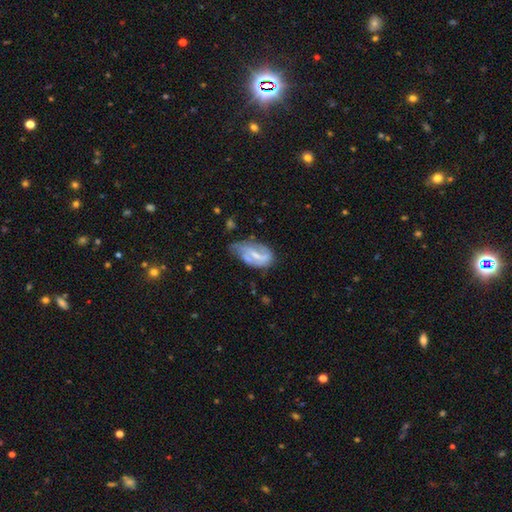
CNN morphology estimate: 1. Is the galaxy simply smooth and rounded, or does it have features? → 67% featured or disk, 26% smooth, 7% star or artifact.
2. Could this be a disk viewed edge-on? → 96% no, 4% yes.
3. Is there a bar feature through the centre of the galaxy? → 48% weak, 30% strong, 22% no.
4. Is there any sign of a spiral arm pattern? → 80% yes, 20% no.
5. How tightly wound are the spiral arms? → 41% medium, 30% tight, 28% loose.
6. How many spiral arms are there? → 55% 2, 22% can't tell, 11% 1, 8% 3, 2% 4, 2% more than 4.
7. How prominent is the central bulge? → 43% small, 32% moderate, 21% none, 3% large, 1% dominant.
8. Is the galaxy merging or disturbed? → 40% none, 35% minor disturbance, 21% major disturbance, 4% merger.